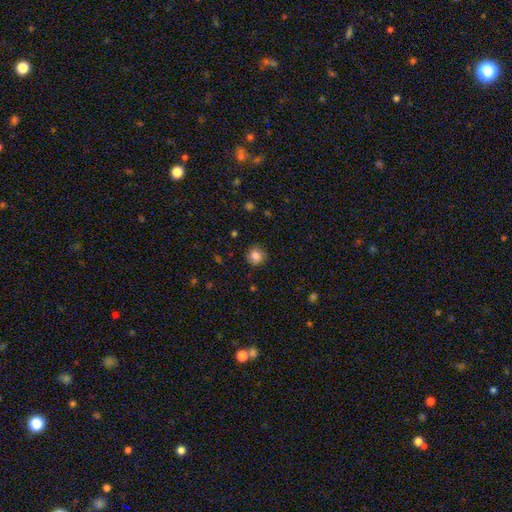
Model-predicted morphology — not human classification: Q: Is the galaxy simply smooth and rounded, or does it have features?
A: smooth — 84%.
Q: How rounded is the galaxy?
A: round — 93%.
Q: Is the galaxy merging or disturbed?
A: none — 89%.